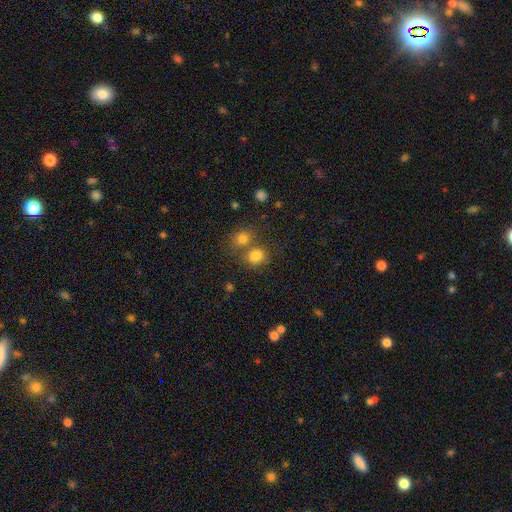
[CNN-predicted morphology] This is likely a smooth galaxy (80%). How rounded: likely round (73%). Merging: possibly none (51%).